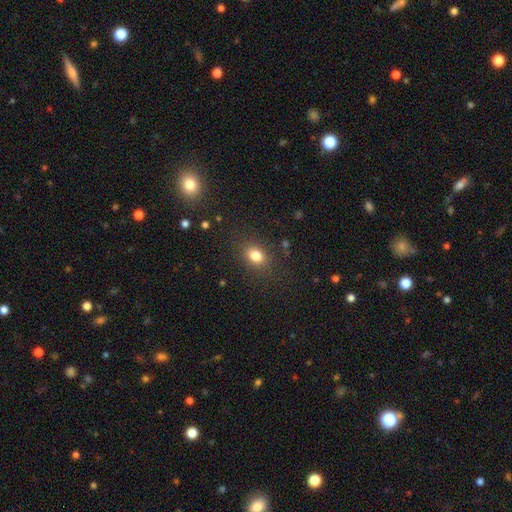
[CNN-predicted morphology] Smooth or featured? smooth (81%)
How rounded? in between (62%)
Merging? none (82%)